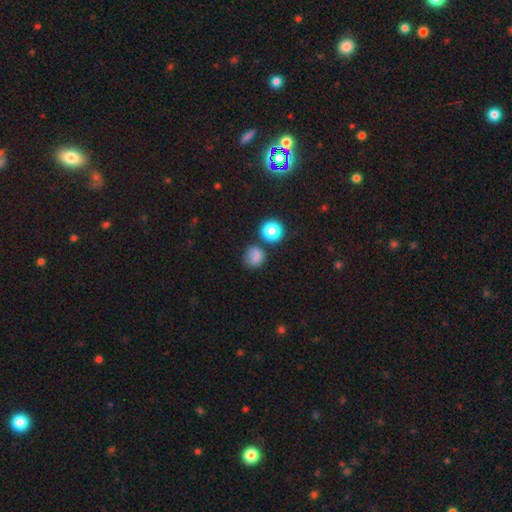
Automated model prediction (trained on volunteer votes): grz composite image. It shows a smooth galaxy with no disk features (78%) that is round (81%). Merging: none (64%).